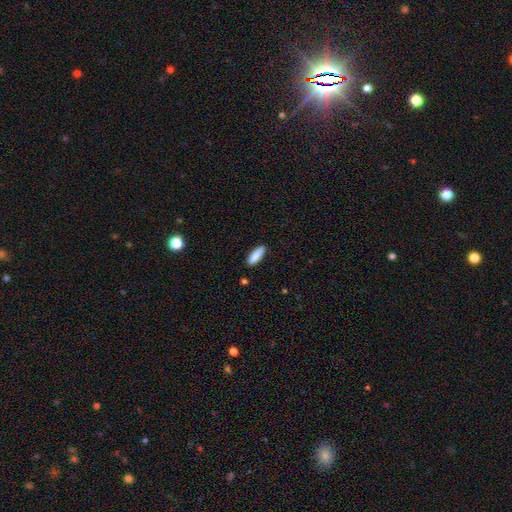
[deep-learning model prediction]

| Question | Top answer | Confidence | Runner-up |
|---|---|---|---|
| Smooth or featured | smooth | 87% | featured or disk (7%) |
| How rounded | cigar-shaped | 52% | in between (47%) |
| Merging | none | 87% | minor disturbance (10%) |